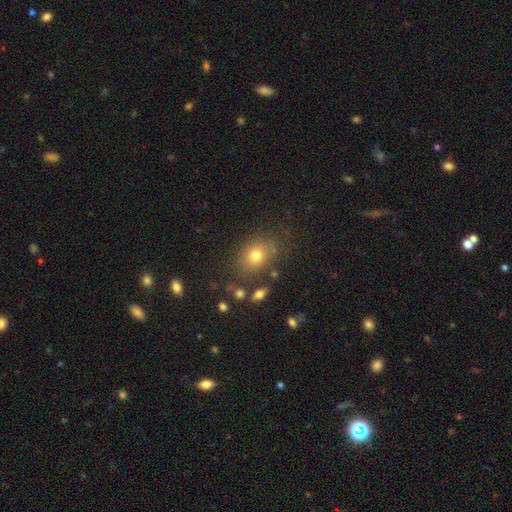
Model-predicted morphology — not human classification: A smooth galaxy with no disk features (73%) that is in between round and cigar-shaped (59%).

Vote fractions:
- Smooth or featured? smooth: 73% / star or artifact: 15% / featured or disk: 12%
- How rounded? in between: 59% / round: 39% / cigar-shaped: 1%
- Merging? none: 76% / minor disturbance: 14% / major disturbance: 5% / merger: 5%